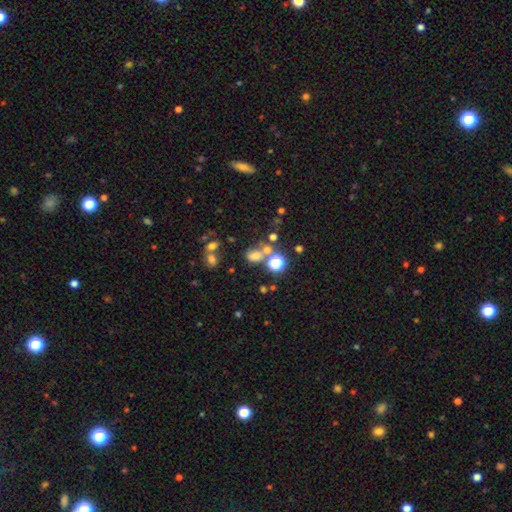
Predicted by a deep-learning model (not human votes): Overall: smooth (57%; star or artifact 31%). How rounded: round (53%; in between 46%). Merging: none (50%; merger 29%).